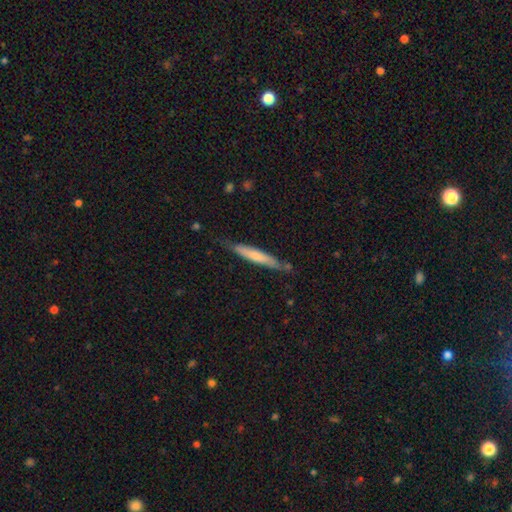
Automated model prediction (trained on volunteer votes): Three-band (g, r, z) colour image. It shows a smooth galaxy with no disk features (61%) that is cigar-shaped (93%). Merging: none (73%).